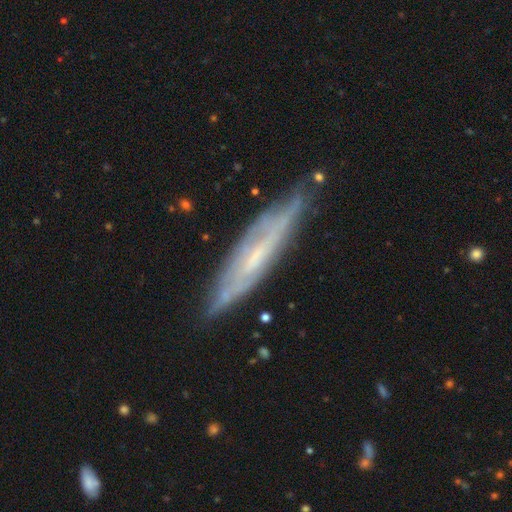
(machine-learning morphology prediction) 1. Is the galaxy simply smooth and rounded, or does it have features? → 70% featured or disk, 24% smooth, 7% star or artifact.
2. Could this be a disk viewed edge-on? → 64% yes, 36% no.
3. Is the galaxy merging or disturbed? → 72% none, 21% minor disturbance, 5% major disturbance, 2% merger.